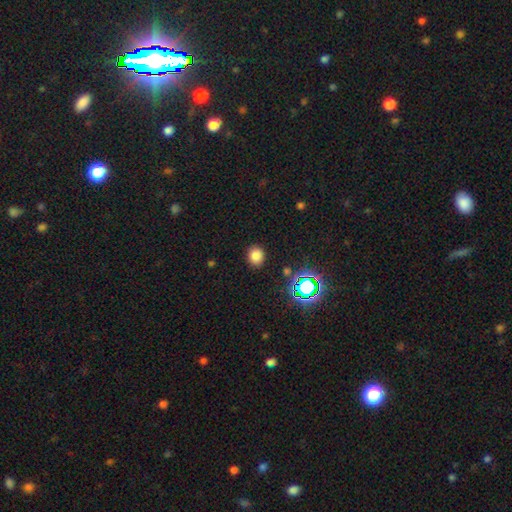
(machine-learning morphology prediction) Smooth or featured?
  - smooth: 79% *
  - star or artifact: 16%
  - featured or disk: 5%
How rounded?
  - round: 76% *
  - in between: 23%
  - cigar-shaped: 1%
Merging?
  - none: 89% *
  - minor disturbance: 7%
  - major disturbance: 2%
  - merger: 2%